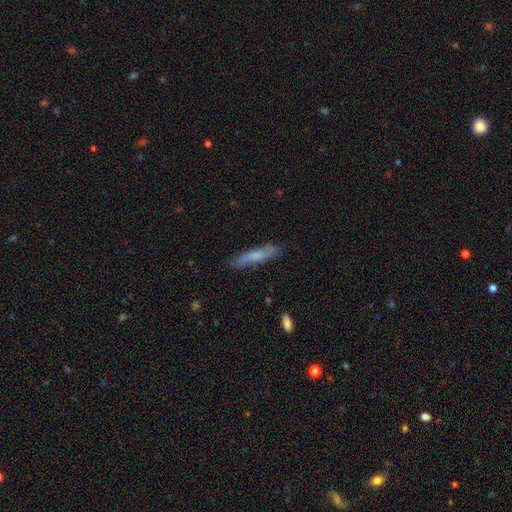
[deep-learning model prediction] A smooth galaxy with no disk features (62%) that is cigar-shaped (85%). Merging: none (79%).